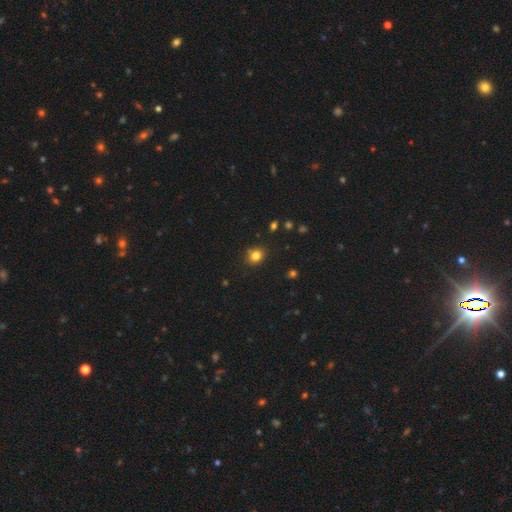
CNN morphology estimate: The model was most divided on "how rounded": round: 68%, in between: 31%, cigar-shaped: 1%. More confident: merging — none (83%); smooth or featured — smooth (81%).